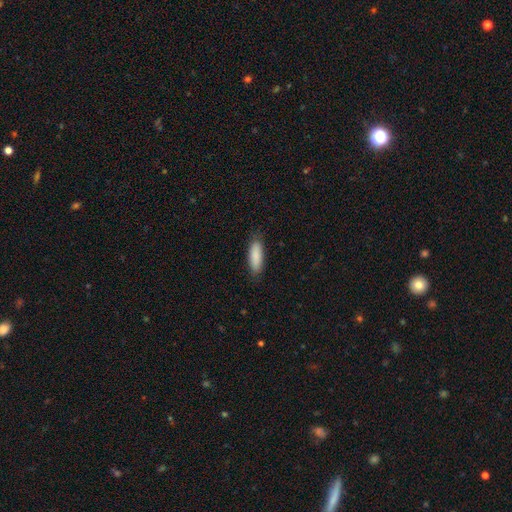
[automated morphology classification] smooth 88%, featured or disk 6%, star or artifact 6%. Down the decision tree: how rounded — in between (57%); merging — none (84%).